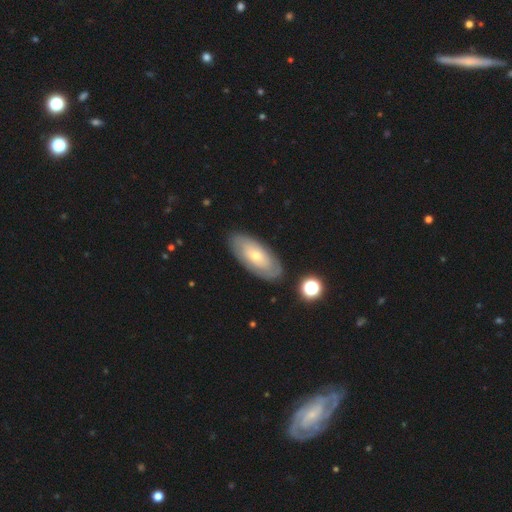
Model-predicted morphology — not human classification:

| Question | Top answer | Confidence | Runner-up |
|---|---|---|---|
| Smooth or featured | featured or disk | 54% | smooth (39%) |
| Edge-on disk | no | 87% | yes (13%) |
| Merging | none | 83% | minor disturbance (12%) |